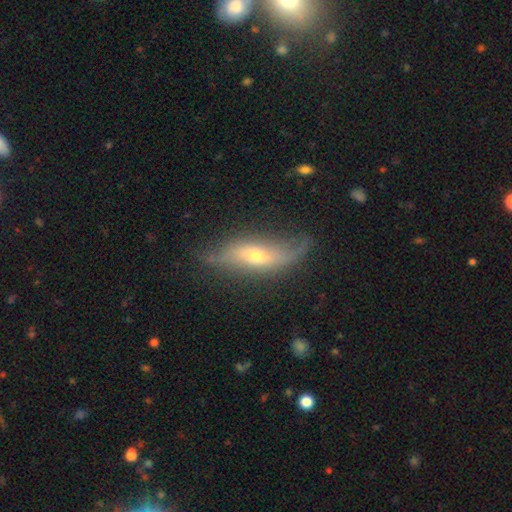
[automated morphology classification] The model was most divided on "edge-on disk": no: 56%, yes: 44%. More confident: smooth or featured — featured or disk (66%); merging — none (63%).